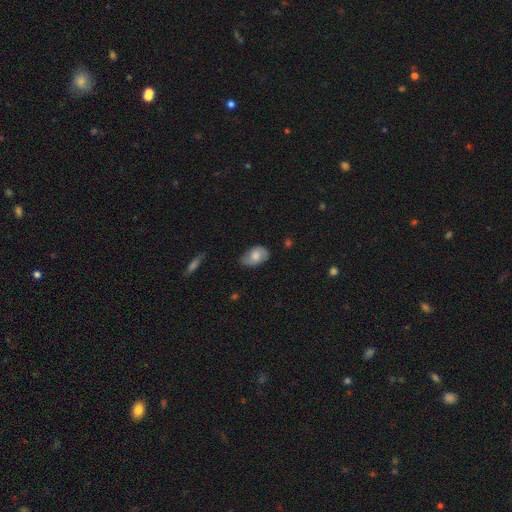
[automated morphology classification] This appears to be a smooth galaxy with no disk features (70%) that is in between round and cigar-shaped (89%). Merging: none (62%).